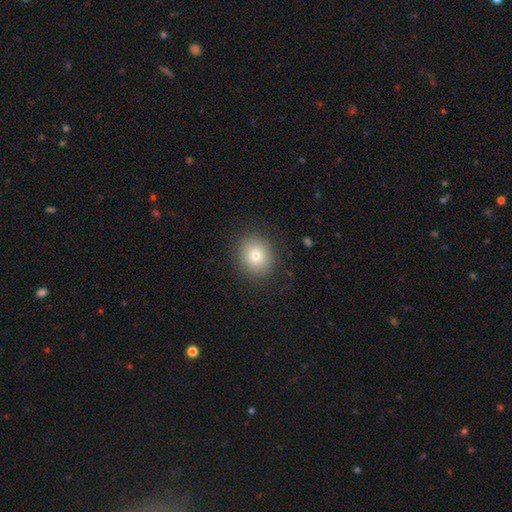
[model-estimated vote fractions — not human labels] This is likely a smooth galaxy (78%). How rounded: likely round (77%). Merging: clearly none (88%).